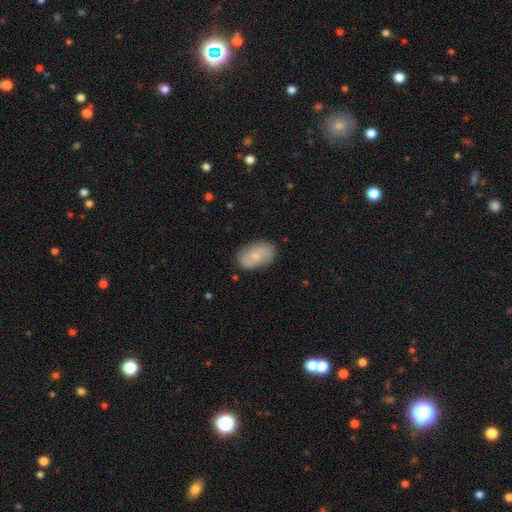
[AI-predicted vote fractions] smooth_or_featured: smooth (p=0.64) [alt: featured or disk p=0.30]
how_rounded: in between (p=0.92) [alt: round p=0.07]
merging: none (p=0.81) [alt: minor disturbance p=0.15]